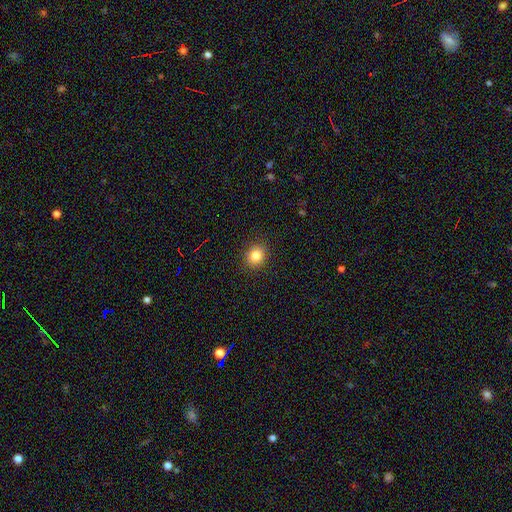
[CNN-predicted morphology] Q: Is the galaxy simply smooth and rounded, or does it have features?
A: smooth — 83%.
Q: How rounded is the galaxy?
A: round — 73%.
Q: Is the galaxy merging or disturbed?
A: none — 90%.